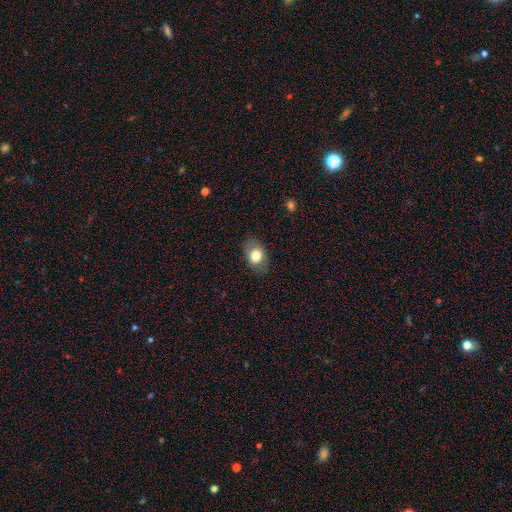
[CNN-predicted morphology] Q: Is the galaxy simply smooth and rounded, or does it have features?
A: smooth — 74%.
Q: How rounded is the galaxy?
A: in between — 78%.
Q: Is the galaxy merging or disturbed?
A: none — 81%.